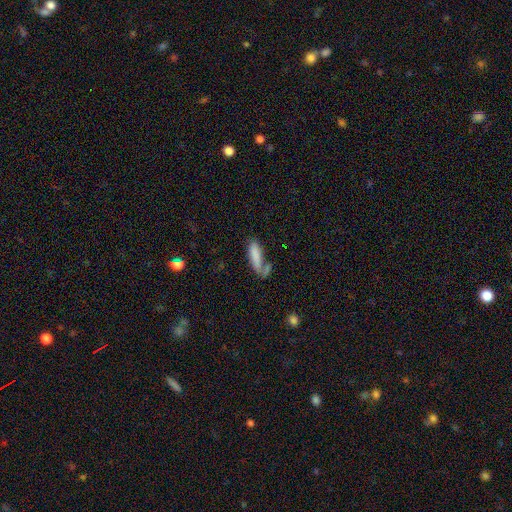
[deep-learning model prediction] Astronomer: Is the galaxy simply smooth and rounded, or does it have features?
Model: smooth — 81%.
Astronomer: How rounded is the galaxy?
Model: cigar-shaped — 58% (runner-up: in between, 40%).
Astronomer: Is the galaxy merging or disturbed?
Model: none — 46% (runner-up: merger, 30%).